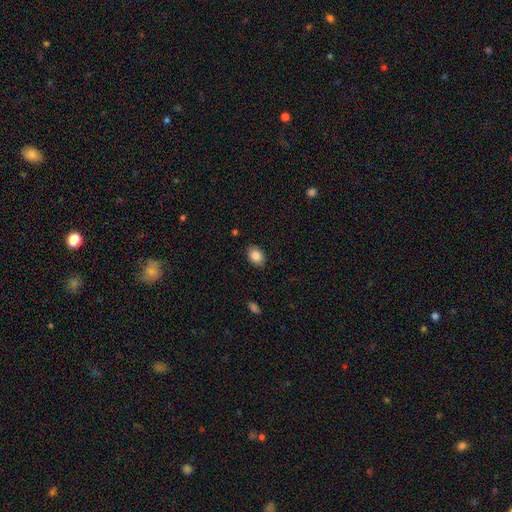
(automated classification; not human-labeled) The model was most divided on "how rounded": in between: 79%, round: 20%, cigar-shaped: 1%. More confident: merging — none (88%); smooth or featured — smooth (85%).